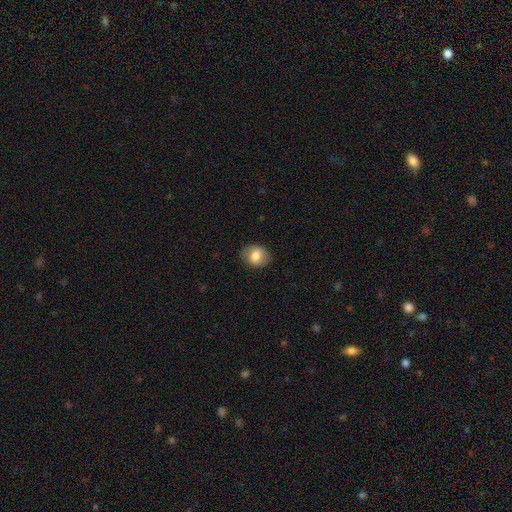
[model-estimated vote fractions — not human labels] This is likely a smooth galaxy (75%). How rounded: possibly round (54%). Merging: likely none (80%).